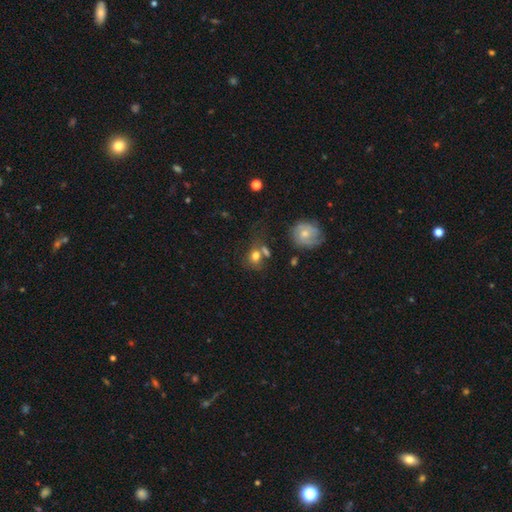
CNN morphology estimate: Overall: smooth (69%). How rounded: round (57%; in between 41%). Merging: none (48%; merger 24%).